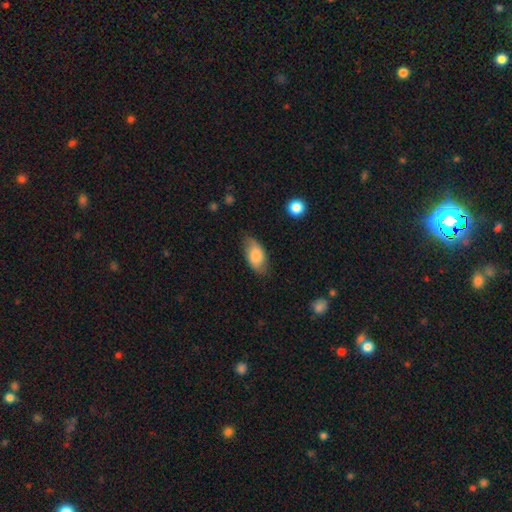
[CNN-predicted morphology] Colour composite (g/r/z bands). It shows a smooth galaxy with no disk features (76%) that is in between round and cigar-shaped (92%). Merging: none (70%).